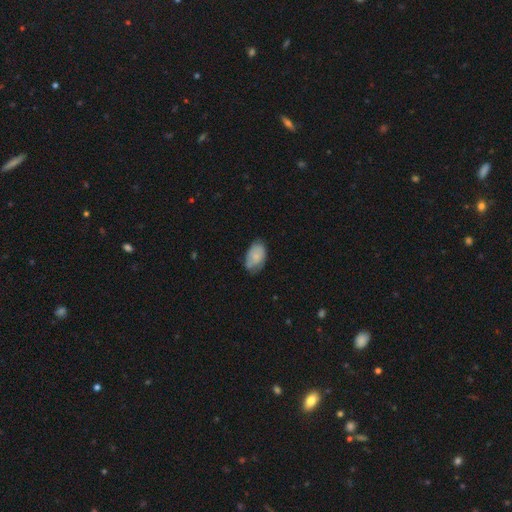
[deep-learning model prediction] Smooth or featured? Predicted: smooth (p=0.72). How rounded? Predicted: in between (p=0.92). Merging? Predicted: none (p=0.61).